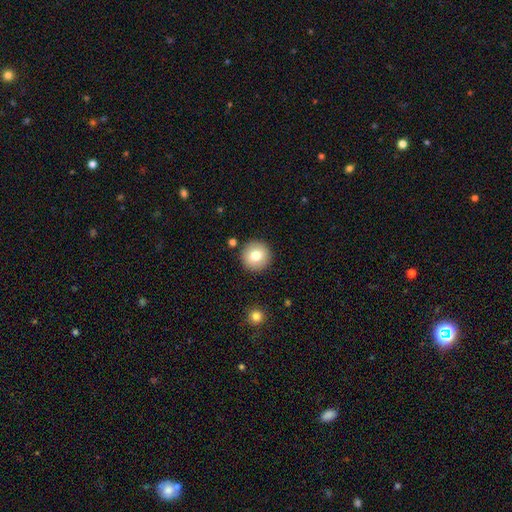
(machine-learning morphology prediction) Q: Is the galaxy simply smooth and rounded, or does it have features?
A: smooth — 77%.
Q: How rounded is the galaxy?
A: round — 95%.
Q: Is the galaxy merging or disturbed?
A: none — 90%.